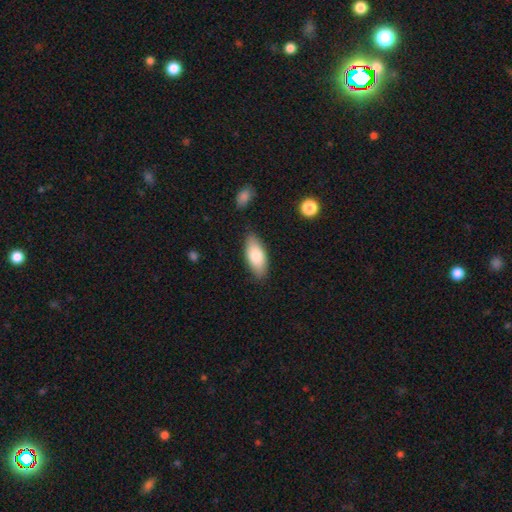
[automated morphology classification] This is likely a smooth galaxy (79%). How rounded: clearly in between (85%). Merging: clearly none (82%).